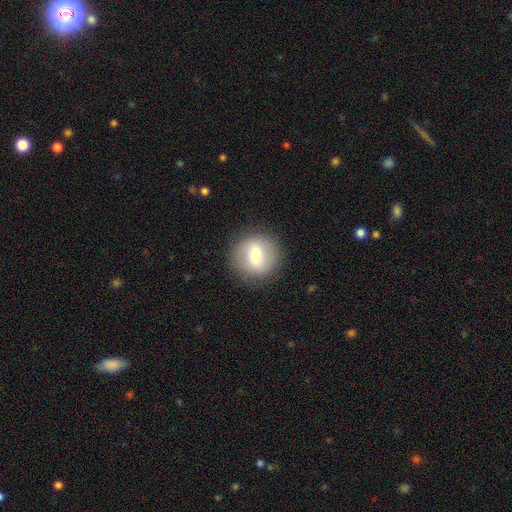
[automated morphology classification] Smooth or featured: smooth — 60% (featured or disk — 32%)
How rounded: round — 91% (in between — 8%)
Merging: none — 85% (minor disturbance — 10%)